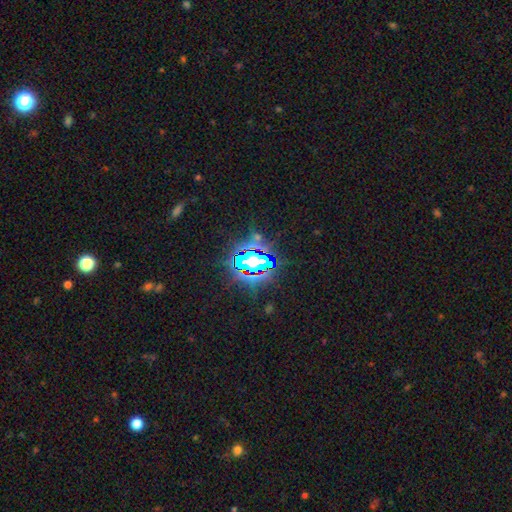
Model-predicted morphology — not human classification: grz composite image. It shows a star or artifact, not a galaxy (82%).